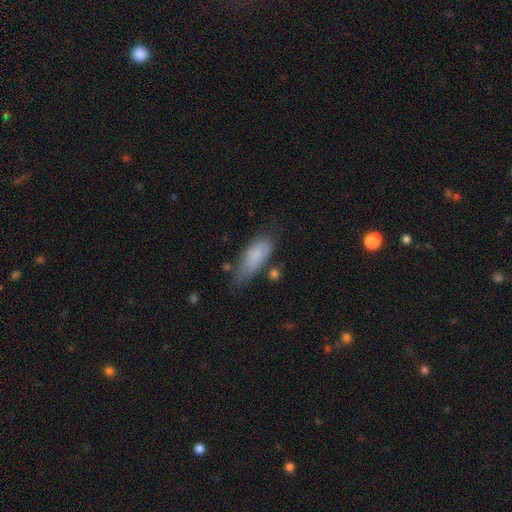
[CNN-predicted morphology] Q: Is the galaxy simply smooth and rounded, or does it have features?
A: smooth — 81%.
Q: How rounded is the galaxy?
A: in between — 73%.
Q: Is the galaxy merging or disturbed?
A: none — 53%.